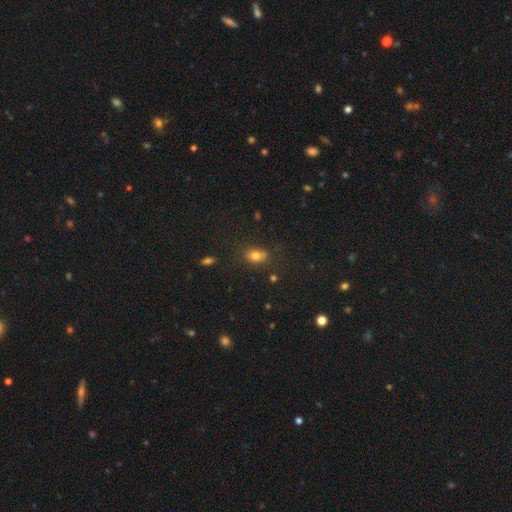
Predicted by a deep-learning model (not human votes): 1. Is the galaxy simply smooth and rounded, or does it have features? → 76% smooth, 15% star or artifact, 9% featured or disk.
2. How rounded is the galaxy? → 65% in between, 32% round, 3% cigar-shaped.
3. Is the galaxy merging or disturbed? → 68% none, 19% minor disturbance, 6% merger, 6% major disturbance.